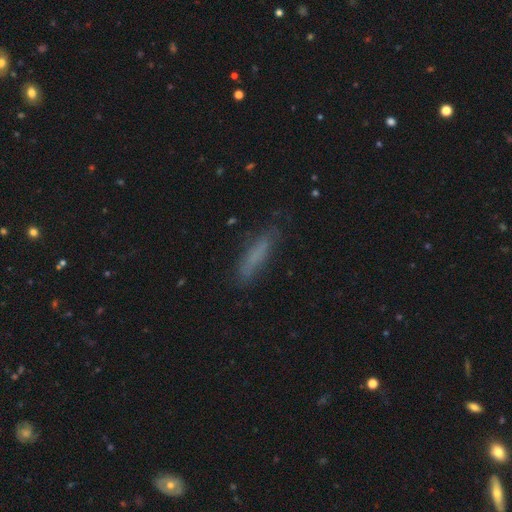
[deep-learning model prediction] This appears to be a smooth galaxy with no disk features (69%) that is cigar-shaped (78%). Merging: none (75%).